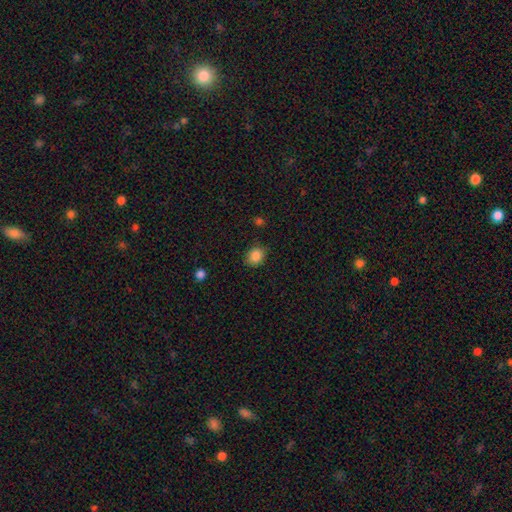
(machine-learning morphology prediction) A smooth galaxy with no disk features (85%) that is round (56%). Merging: none (83%).